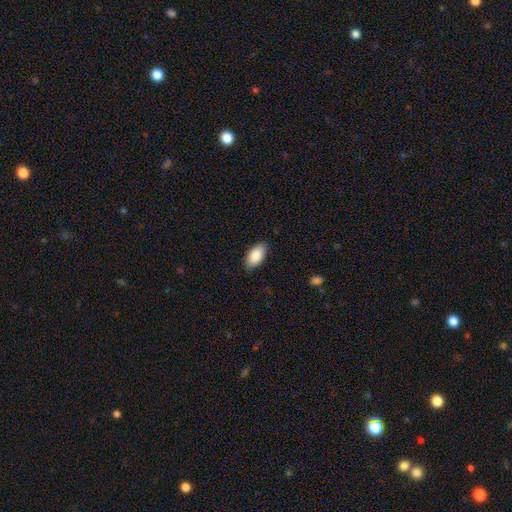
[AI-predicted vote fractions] Smooth or featured? Predicted: smooth (p=0.88). How rounded? Predicted: in between (p=0.95). Merging? Predicted: none (p=0.86).